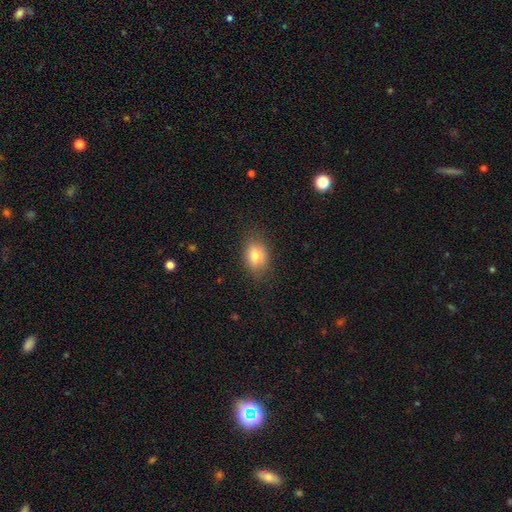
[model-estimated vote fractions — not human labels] smooth-or-featured: smooth: 76% | featured or disk: 14% | star or artifact: 10%
  how-rounded: in between: 75% | round: 23% | cigar-shaped: 2%
  merging: none: 81% | minor disturbance: 14% | major disturbance: 4% | merger: 1%